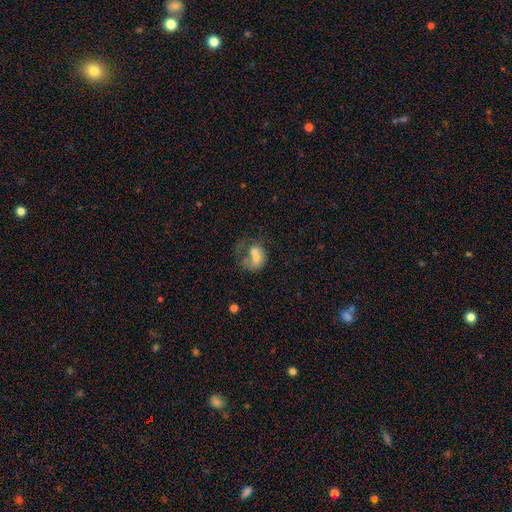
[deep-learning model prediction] Smooth or featured? Predicted: smooth (p=0.50). Merging? Predicted: merger (p=0.52).